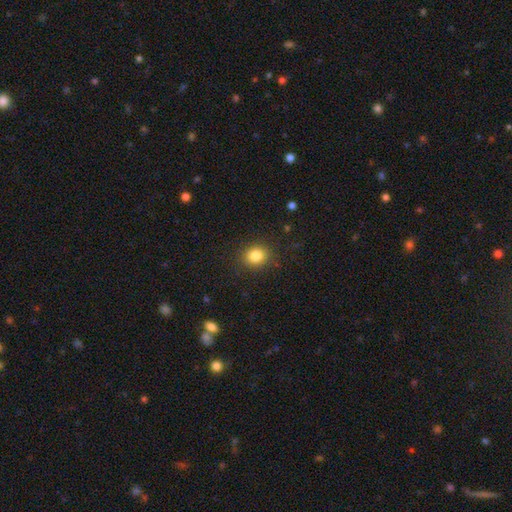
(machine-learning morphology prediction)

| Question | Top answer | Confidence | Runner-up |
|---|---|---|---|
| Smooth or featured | smooth | 84% | star or artifact (11%) |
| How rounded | round | 74% | in between (25%) |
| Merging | none | 88% | minor disturbance (8%) |